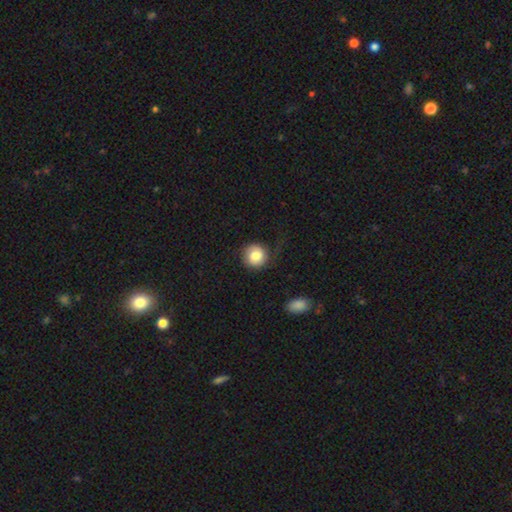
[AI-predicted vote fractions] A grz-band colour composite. It shows a smooth galaxy with no disk features (73%) that is round (88%). Merging: none (62%).